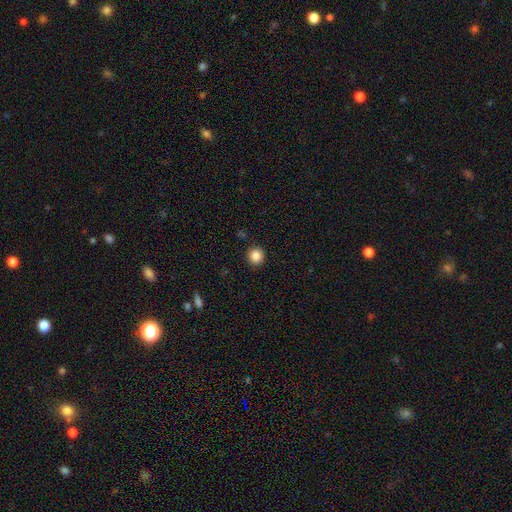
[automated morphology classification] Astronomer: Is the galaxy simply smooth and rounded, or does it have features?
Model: smooth — 86%.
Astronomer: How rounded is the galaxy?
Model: round — 94%.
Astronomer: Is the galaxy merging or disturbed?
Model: none — 92%.